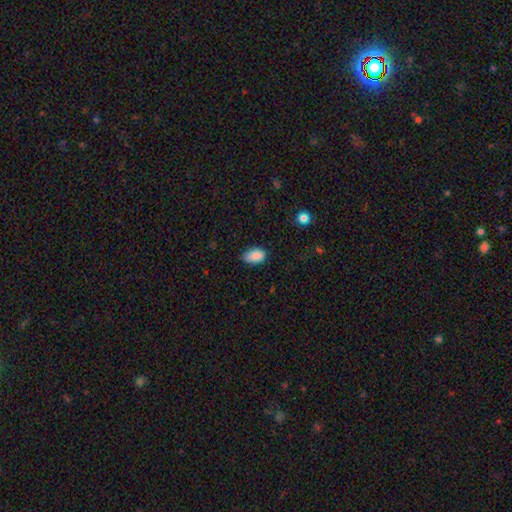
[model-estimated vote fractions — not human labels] Smooth or featured?
  - smooth: 87% *
  - star or artifact: 8%
  - featured or disk: 5%
How rounded?
  - in between: 91% *
  - round: 7%
  - cigar-shaped: 2%
Merging?
  - none: 69% *
  - minor disturbance: 26%
  - major disturbance: 4%
  - merger: 1%